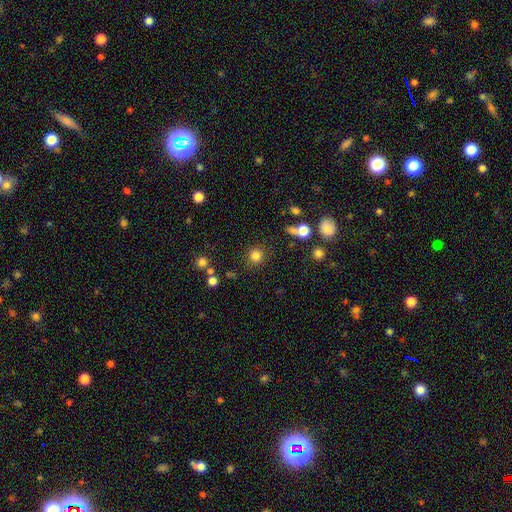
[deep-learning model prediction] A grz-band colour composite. It shows a smooth galaxy with no disk features (81%) that is round (93%). Merging: none (86%).